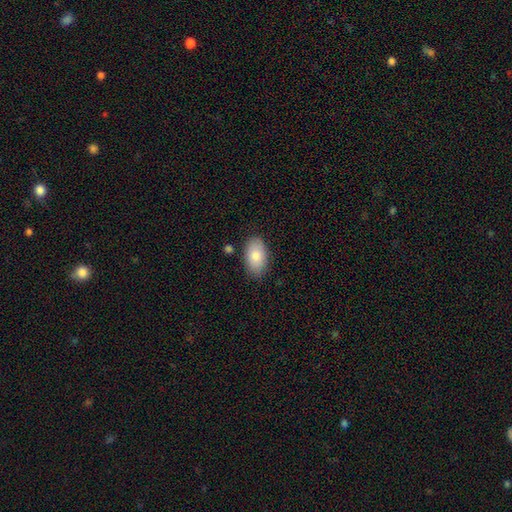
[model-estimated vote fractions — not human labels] Q: Smooth or featured?
A: smooth (81%); runner-up: featured or disk (12%)
Q: How rounded?
A: in between (93%); runner-up: round (5%)
Q: Merging?
A: none (83%); runner-up: minor disturbance (12%)